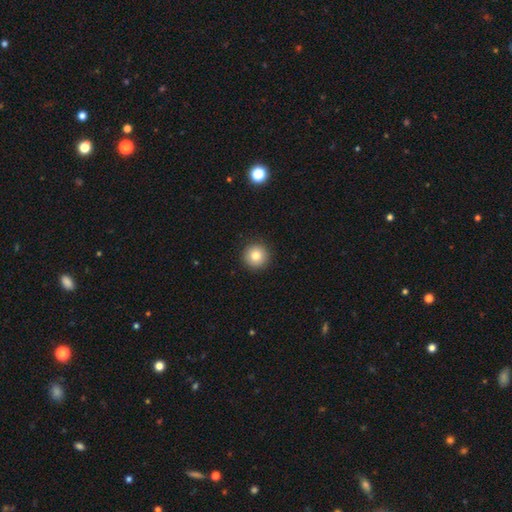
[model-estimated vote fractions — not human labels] smooth 82%, star or artifact 10%, featured or disk 8%. Down the decision tree: how rounded — round (96%); merging — none (93%).